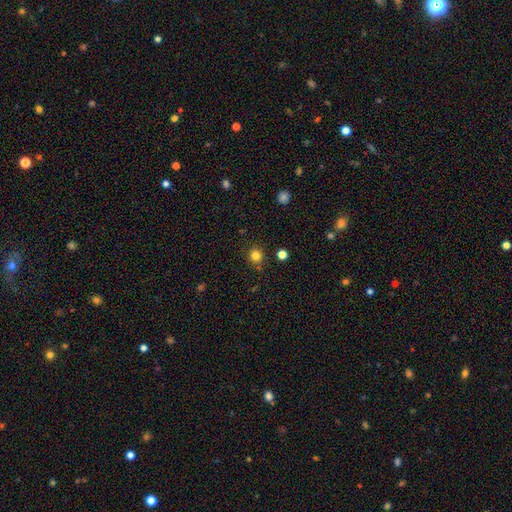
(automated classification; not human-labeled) A smooth galaxy with no disk features (81%) that is round (91%). Merging: none (86%).